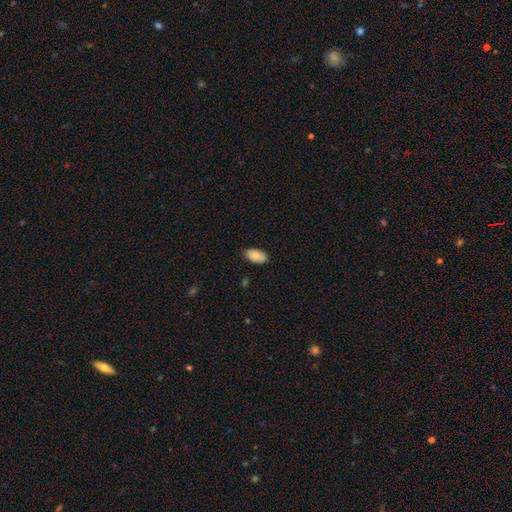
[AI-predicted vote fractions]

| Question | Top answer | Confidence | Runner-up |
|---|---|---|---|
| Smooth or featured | smooth | 90% | star or artifact (7%) |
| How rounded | in between | 95% | round (3%) |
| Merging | none | 86% | minor disturbance (11%) |